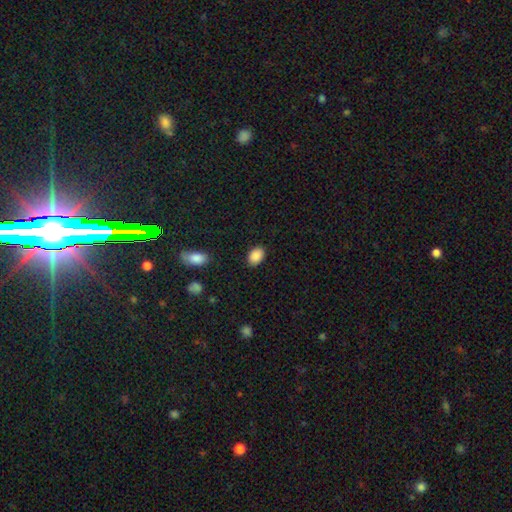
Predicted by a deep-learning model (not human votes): smooth-or-featured: smooth: 89% | star or artifact: 8% | featured or disk: 4%
  how-rounded: in between: 82% | round: 17% | cigar-shaped: 1%
  merging: none: 87% | minor disturbance: 10% | major disturbance: 2% | merger: 1%